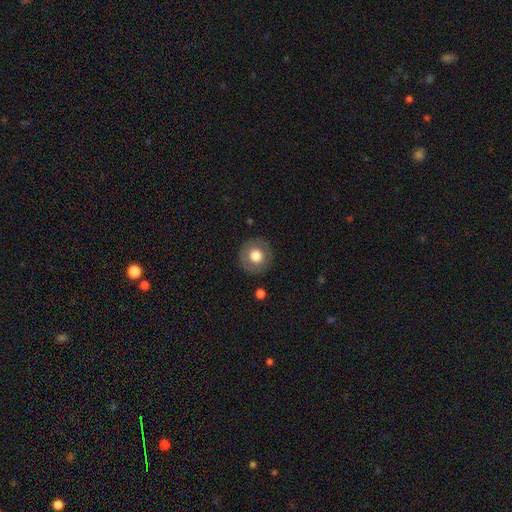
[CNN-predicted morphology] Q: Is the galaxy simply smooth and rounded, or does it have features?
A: smooth — 71%.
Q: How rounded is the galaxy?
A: round — 94%.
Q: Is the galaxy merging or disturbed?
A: none — 88%.